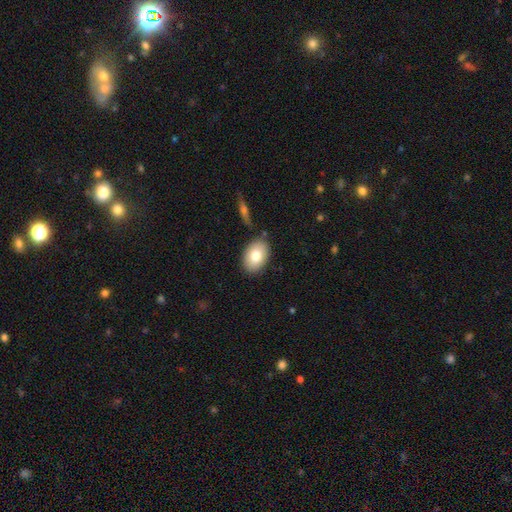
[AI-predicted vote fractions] A smooth galaxy with no disk features (77%) that is in between round and cigar-shaped (86%).

Vote fractions:
- Smooth or featured? smooth: 77% / featured or disk: 16% / star or artifact: 7%
- How rounded? in between: 86% / round: 13% / cigar-shaped: 1%
- Merging? none: 84% / minor disturbance: 10% / merger: 4% / major disturbance: 2%